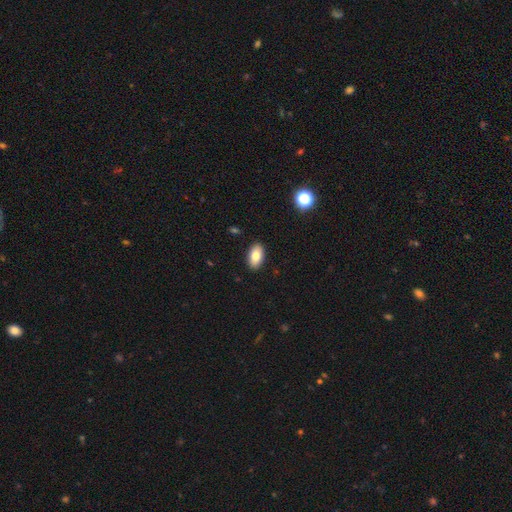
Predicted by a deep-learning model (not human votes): smooth 81%, featured or disk 11%, star or artifact 8%. Down the decision tree: how rounded — in between (93%); merging — none (90%).